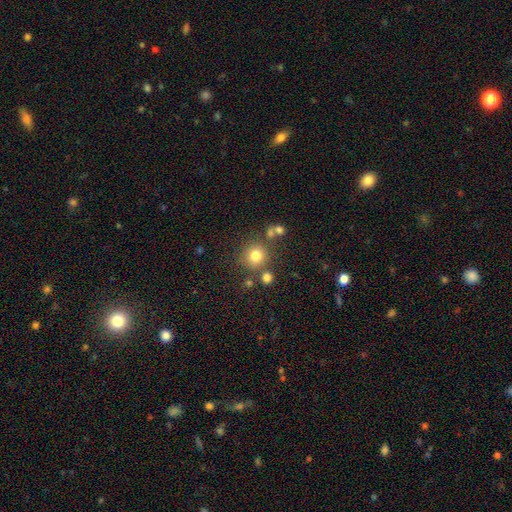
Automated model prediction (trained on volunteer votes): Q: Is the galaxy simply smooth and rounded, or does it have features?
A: smooth — 77%.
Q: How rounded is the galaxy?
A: round — 90%.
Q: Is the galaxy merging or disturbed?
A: none — 75%.